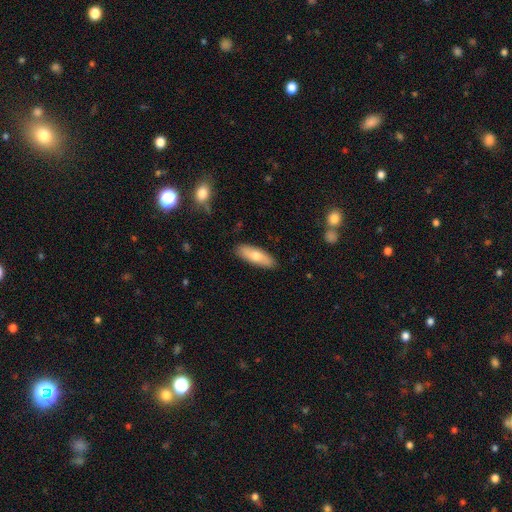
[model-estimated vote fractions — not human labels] A smooth galaxy with no disk features (67%) that is in between round and cigar-shaped (57%). Merging: none (87%).